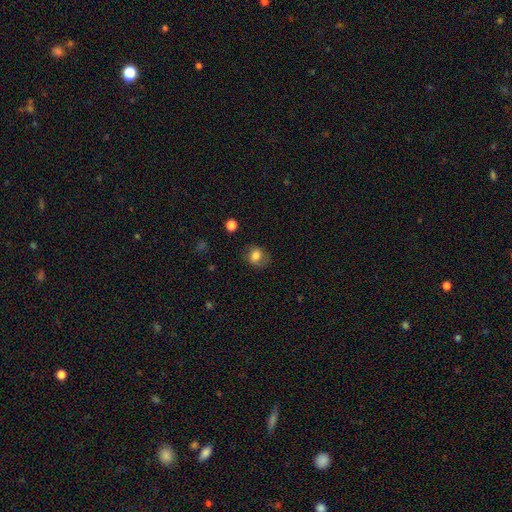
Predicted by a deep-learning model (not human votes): This appears to be a smooth galaxy with no disk features (76%) that is round (53%). Merging: none (72%).